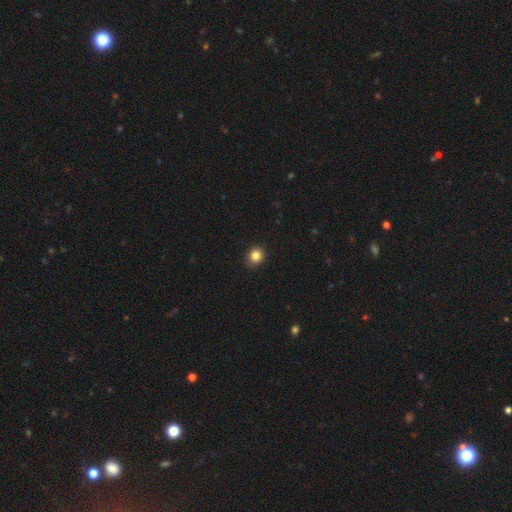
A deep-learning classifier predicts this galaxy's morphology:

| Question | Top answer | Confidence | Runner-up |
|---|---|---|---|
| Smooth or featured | smooth | 84% | star or artifact (11%) |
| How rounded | round | 77% | in between (22%) |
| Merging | none | 86% | minor disturbance (11%) |